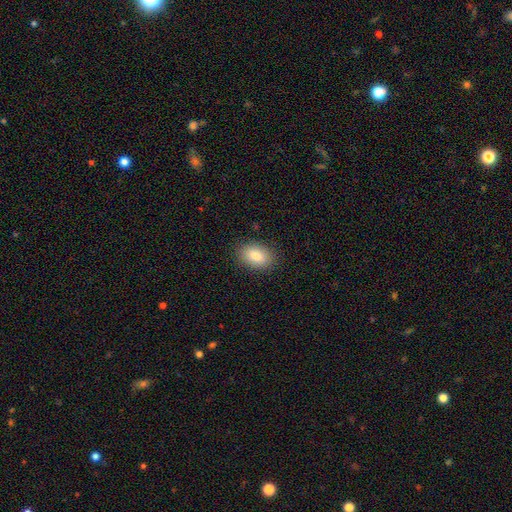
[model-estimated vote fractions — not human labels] Q: Smooth or featured?
A: smooth (84%); runner-up: featured or disk (9%)
Q: How rounded?
A: in between (86%); runner-up: round (13%)
Q: Merging?
A: none (88%); runner-up: minor disturbance (9%)